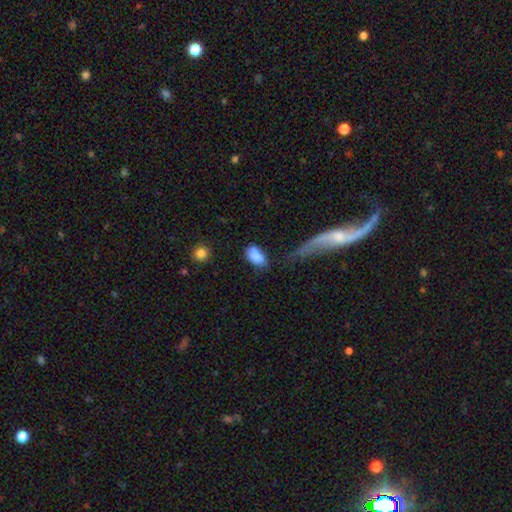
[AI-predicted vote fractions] Overall: smooth (82%). How rounded: in between (91%). Merging: none (49%; minor disturbance 27%).